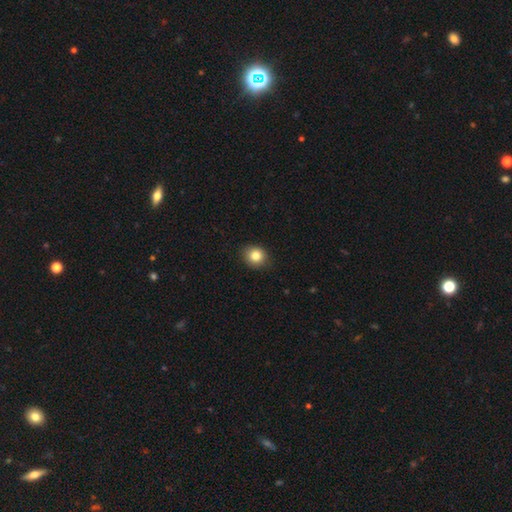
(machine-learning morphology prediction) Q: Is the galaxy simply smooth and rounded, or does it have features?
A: smooth — 83%.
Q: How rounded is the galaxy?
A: round — 75%.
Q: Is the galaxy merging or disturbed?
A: none — 87%.